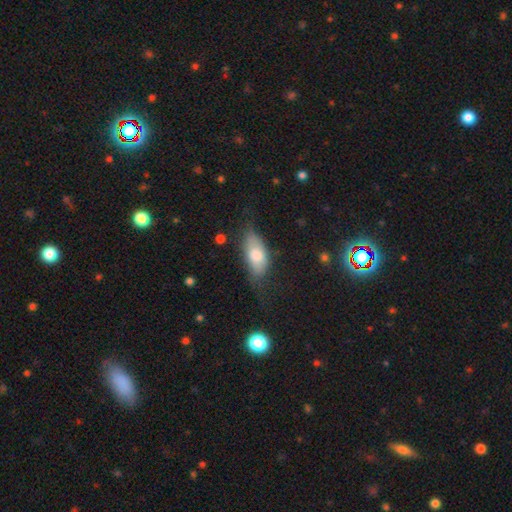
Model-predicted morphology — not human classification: This appears to be a smooth galaxy with no disk features (73%) that is in between round and cigar-shaped (86%). Merging: none (52%).